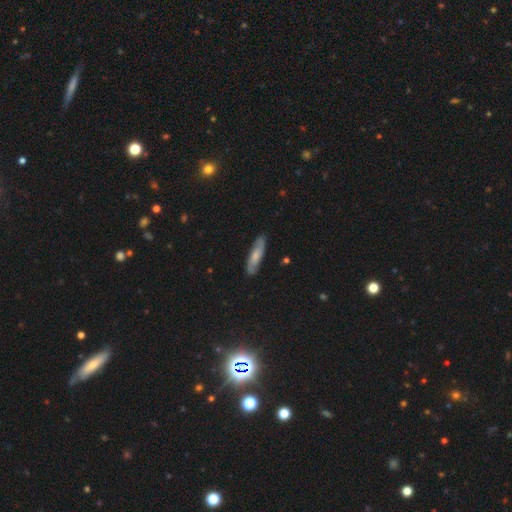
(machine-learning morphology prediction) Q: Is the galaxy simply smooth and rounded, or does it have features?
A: smooth — 54%.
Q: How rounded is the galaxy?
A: cigar-shaped — 72%.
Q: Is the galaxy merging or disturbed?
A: none — 85%.